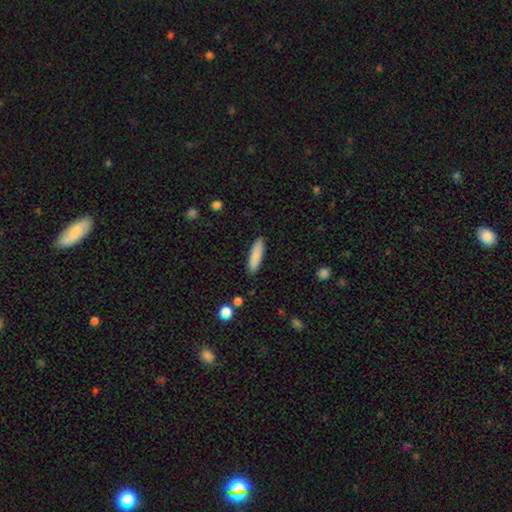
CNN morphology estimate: type=smooth (86%); roundness=cigar-shaped (68%); merging=none (89%).